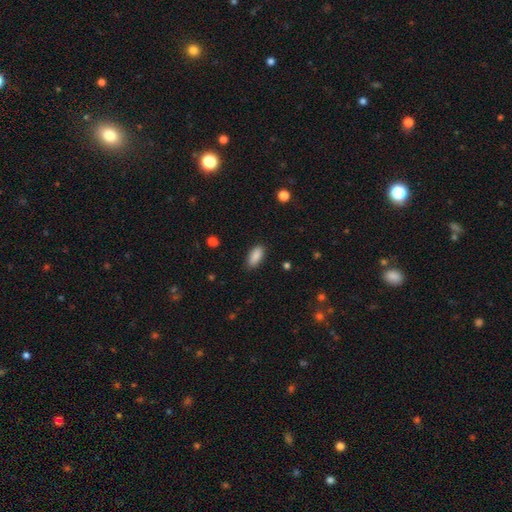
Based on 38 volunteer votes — Smooth or featured? smooth (95%)
How rounded? in between (81%)
Merging? none (89%)